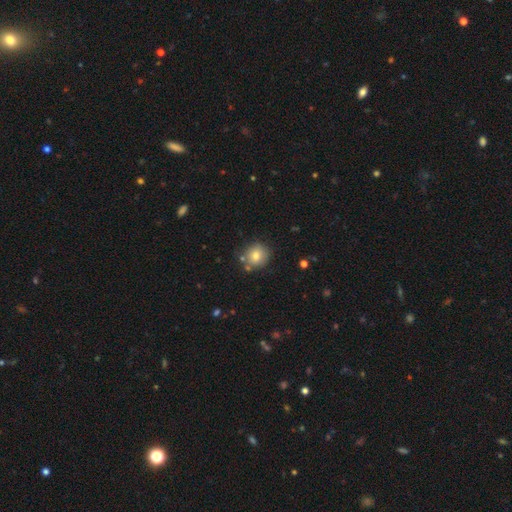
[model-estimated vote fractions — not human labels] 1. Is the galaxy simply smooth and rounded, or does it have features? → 78% smooth, 11% featured or disk, 11% star or artifact.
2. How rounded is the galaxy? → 86% round, 13% in between, 1% cigar-shaped.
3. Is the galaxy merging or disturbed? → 77% none, 13% minor disturbance, 8% merger, 3% major disturbance.